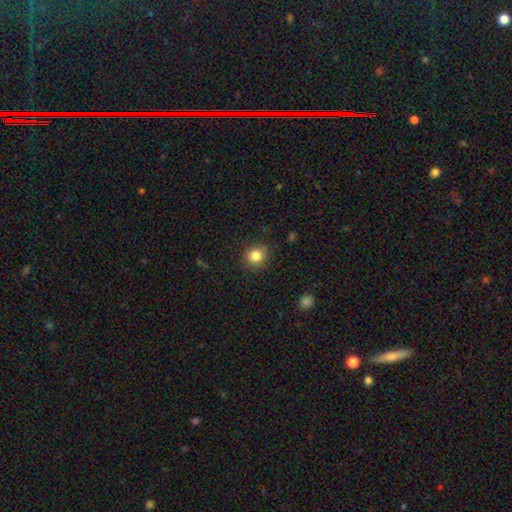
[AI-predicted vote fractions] Overall: smooth (84%). How rounded: round (81%). Merging: none (87%).